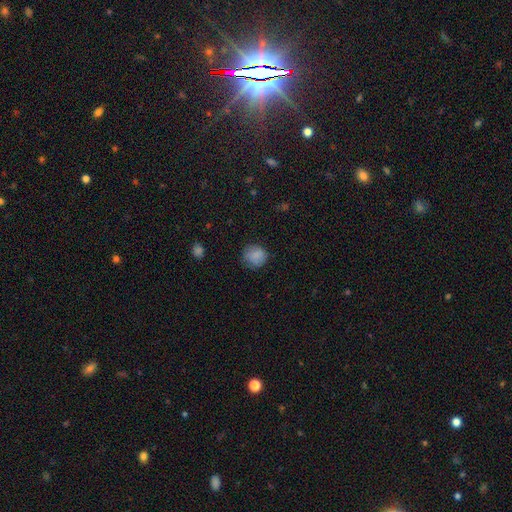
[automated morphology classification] Smooth or featured?
  - smooth: 84% *
  - star or artifact: 9%
  - featured or disk: 8%
How rounded?
  - round: 84% *
  - in between: 15%
  - cigar-shaped: 1%
Merging?
  - none: 75% *
  - minor disturbance: 19%
  - major disturbance: 5%
  - merger: 1%